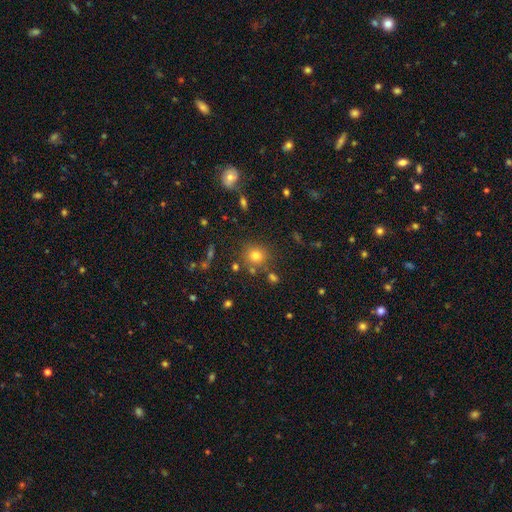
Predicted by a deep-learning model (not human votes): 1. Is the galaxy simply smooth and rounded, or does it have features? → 75% smooth, 16% star or artifact, 9% featured or disk.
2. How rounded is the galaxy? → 89% round, 10% in between, 1% cigar-shaped.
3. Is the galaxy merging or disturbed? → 79% none, 10% minor disturbance, 7% merger, 4% major disturbance.